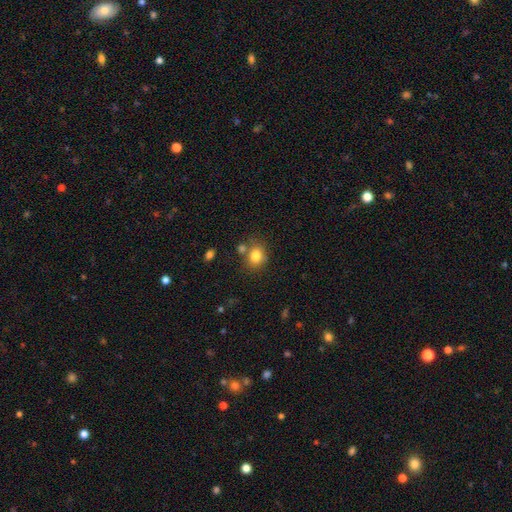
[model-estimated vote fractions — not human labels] A smooth galaxy with no disk features (81%) that is round (61%). Merging: none (64%).